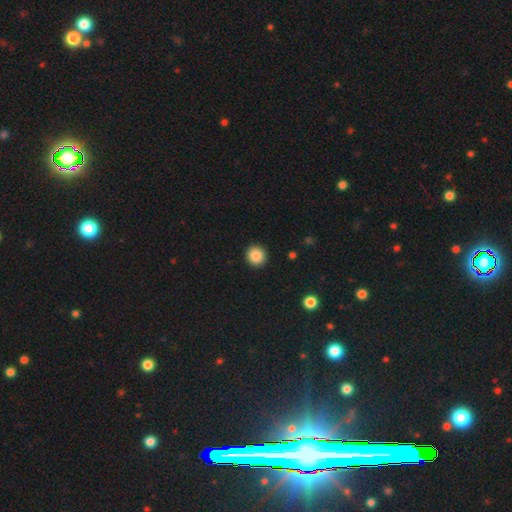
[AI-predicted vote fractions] Overall: smooth (86%). How rounded: round (93%). Merging: none (93%).